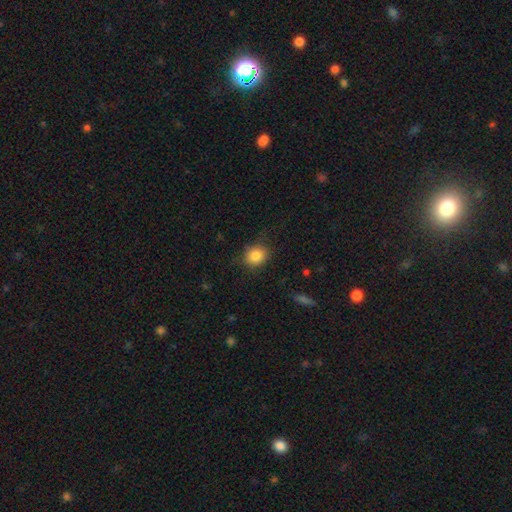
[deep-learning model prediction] This is clearly a smooth galaxy (85%). How rounded: likely round (68%). Merging: likely none (80%).